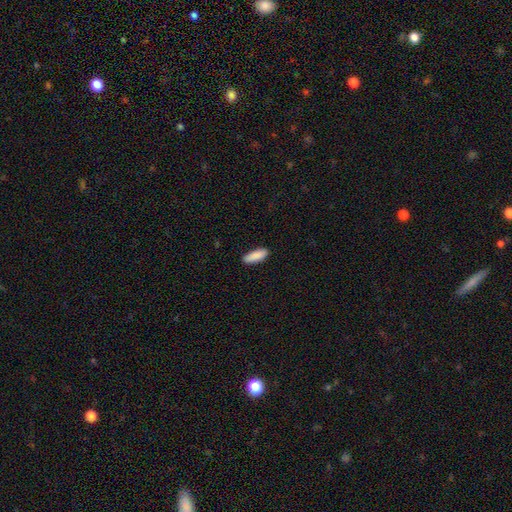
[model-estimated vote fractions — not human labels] smooth 90%, star or artifact 6%, featured or disk 4%. Down the decision tree: how rounded — in between (61%); merging — none (88%).